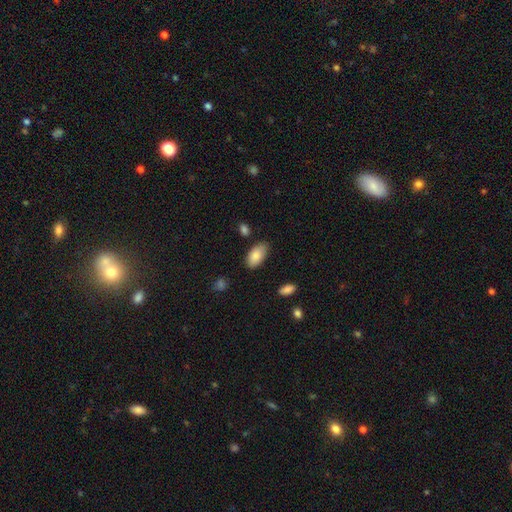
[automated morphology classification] This appears to be a smooth galaxy with no disk features (84%) that is in between round and cigar-shaped (95%). Merging: none (78%).